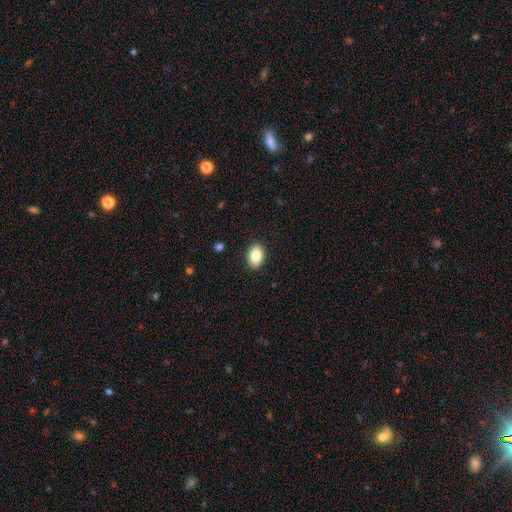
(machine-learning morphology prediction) This is clearly a smooth galaxy (84%). How rounded: clearly in between (82%). Merging: clearly none (90%).